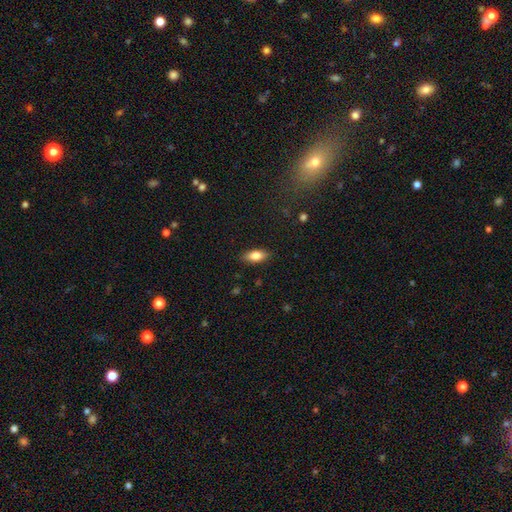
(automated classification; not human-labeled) smooth_or_featured: smooth (p=0.79) [alt: featured or disk p=0.14]
how_rounded: in between (p=0.85) [alt: cigar-shaped p=0.11]
merging: none (p=0.87) [alt: minor disturbance p=0.10]